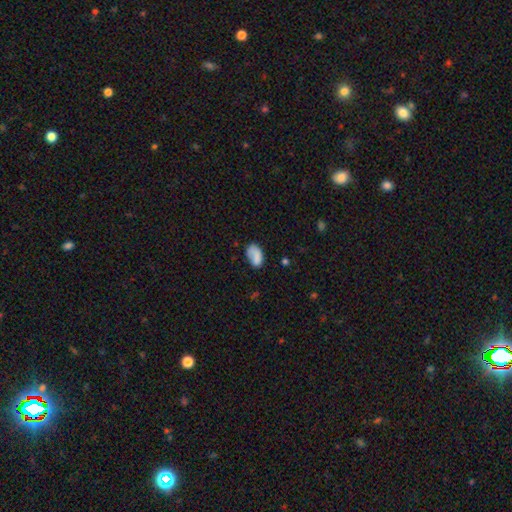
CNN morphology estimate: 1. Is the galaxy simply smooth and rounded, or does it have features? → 77% smooth, 15% featured or disk, 8% star or artifact.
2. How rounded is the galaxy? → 90% in between, 8% round, 2% cigar-shaped.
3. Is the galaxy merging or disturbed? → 54% none, 27% minor disturbance, 15% major disturbance, 5% merger.